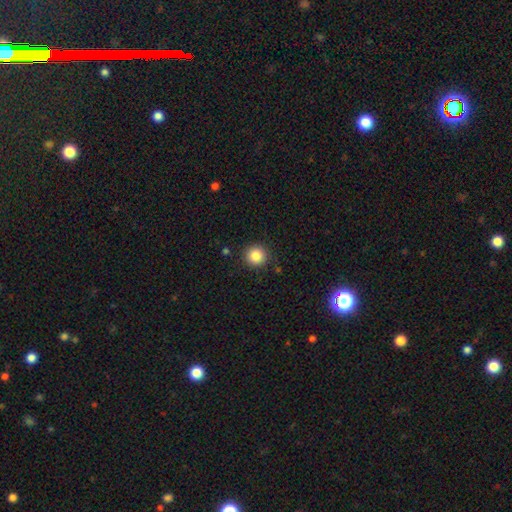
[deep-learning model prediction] The model was most divided on "smooth or featured": smooth: 86%, star or artifact: 10%, featured or disk: 4%. More confident: how rounded — round (94%); merging — none (90%).